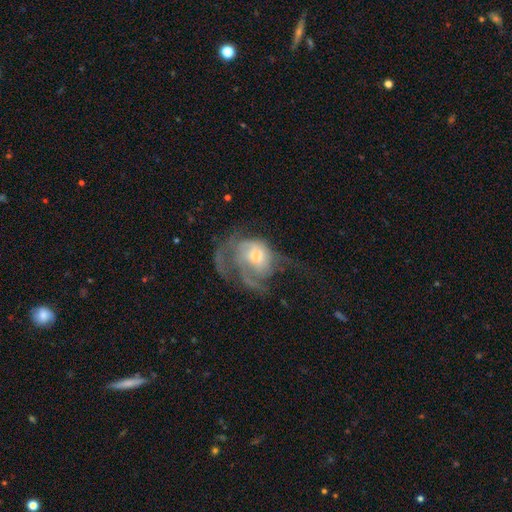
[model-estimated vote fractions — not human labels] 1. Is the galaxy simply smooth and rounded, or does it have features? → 64% featured or disk, 27% smooth, 8% star or artifact.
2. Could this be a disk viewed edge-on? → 97% no, 3% yes.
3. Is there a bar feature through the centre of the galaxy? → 72% no, 23% weak, 4% strong.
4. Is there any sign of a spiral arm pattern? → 66% yes, 34% no.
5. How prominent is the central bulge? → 48% moderate, 24% large, 18% small, 7% none, 3% dominant.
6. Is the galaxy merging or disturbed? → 59% major disturbance, 22% none, 15% minor disturbance, 4% merger.